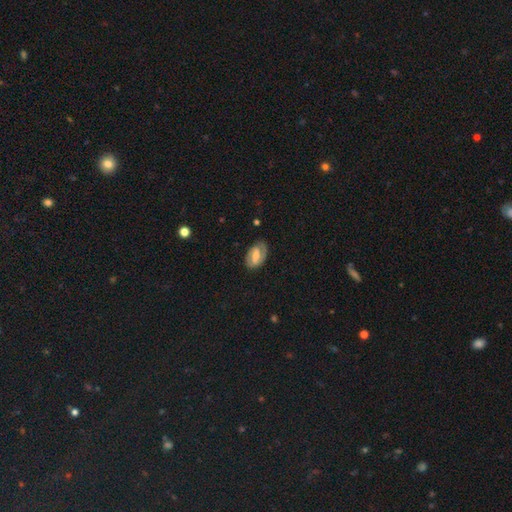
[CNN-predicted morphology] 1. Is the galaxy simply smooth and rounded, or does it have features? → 69% featured or disk, 25% smooth, 6% star or artifact.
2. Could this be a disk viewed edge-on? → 95% no, 5% yes.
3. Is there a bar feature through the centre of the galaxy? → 42% weak (tied), 42% strong (tied), 16% no.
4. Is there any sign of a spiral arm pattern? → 81% yes, 19% no.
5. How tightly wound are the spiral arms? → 46% tight, 40% medium, 14% loose.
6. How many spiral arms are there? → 78% 2, 11% can't tell, 9% 1, 1% 3, 1% 4, 1% more than 4.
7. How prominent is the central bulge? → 59% moderate, 28% small, 8% large, 4% none, 1% dominant.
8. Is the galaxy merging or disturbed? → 78% none, 16% minor disturbance, 5% major disturbance, 1% merger.